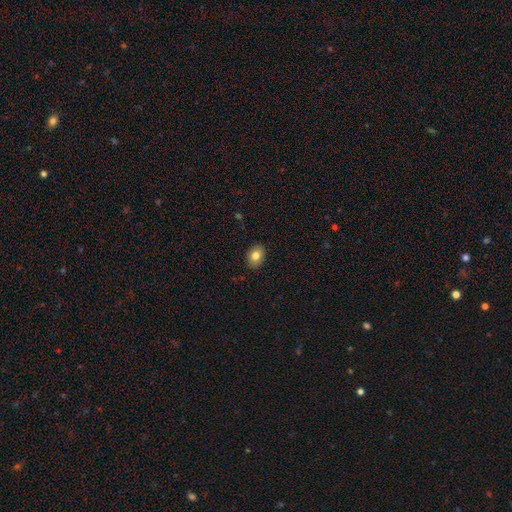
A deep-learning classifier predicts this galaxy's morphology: Smooth or featured? smooth (82%)
How rounded? in between (72%)
Merging? none (89%)